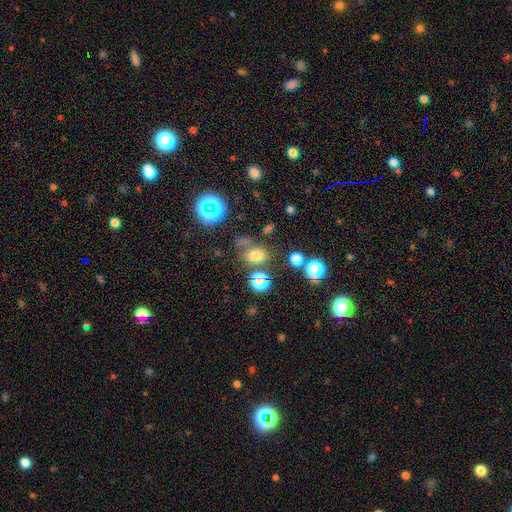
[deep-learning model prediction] Q: Smooth or featured?
A: smooth (65%); runner-up: star or artifact (23%)
Q: How rounded?
A: in between (56%); runner-up: round (43%)
Q: Merging?
A: none (59%); runner-up: minor disturbance (17%)